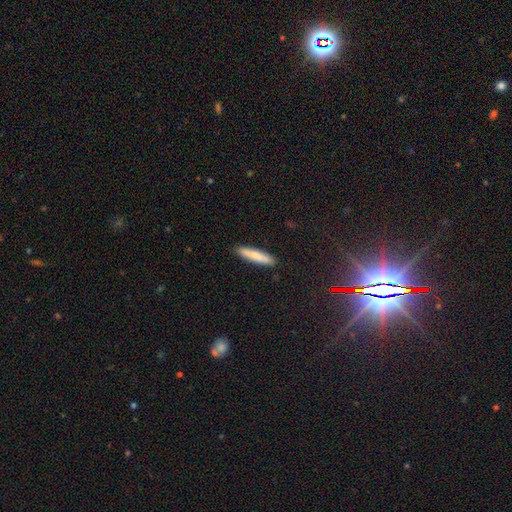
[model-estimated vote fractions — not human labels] Q: Smooth or featured?
A: smooth (79%); runner-up: featured or disk (15%)
Q: How rounded?
A: cigar-shaped (88%); runner-up: in between (10%)
Q: Merging?
A: none (90%); runner-up: minor disturbance (7%)